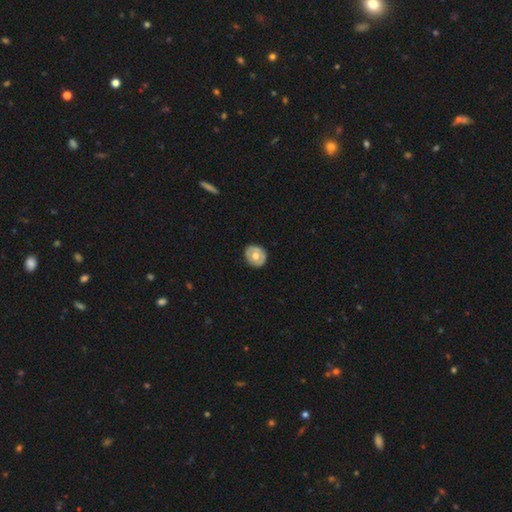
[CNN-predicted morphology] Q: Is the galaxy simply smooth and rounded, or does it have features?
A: smooth — 50%.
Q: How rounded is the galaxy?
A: round — 74%.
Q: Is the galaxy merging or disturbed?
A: none — 84%.